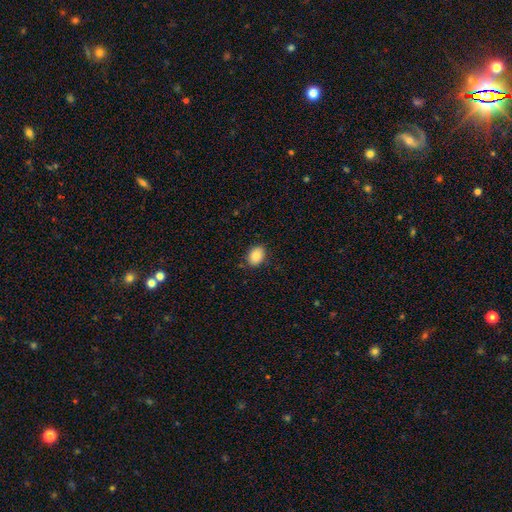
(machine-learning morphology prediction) smooth-or-featured: smooth: 86% | star or artifact: 8% | featured or disk: 6%
  how-rounded: in between: 75% | round: 24% | cigar-shaped: 1%
  merging: none: 85% | minor disturbance: 11% | major disturbance: 2% | merger: 1%